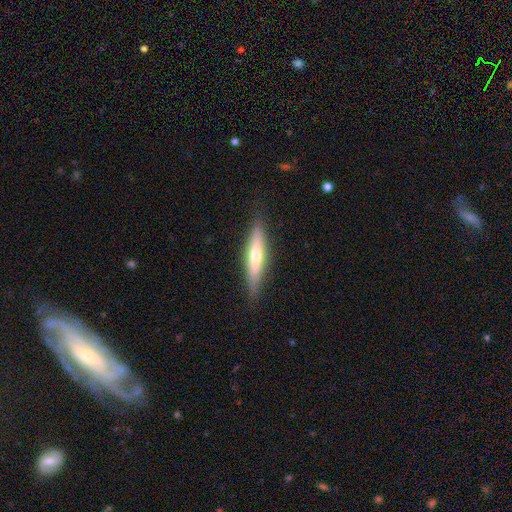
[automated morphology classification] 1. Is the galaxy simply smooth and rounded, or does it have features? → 49% featured or disk, 45% smooth, 6% star or artifact.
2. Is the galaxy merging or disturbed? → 87% none, 10% minor disturbance, 2% major disturbance, 1% merger.